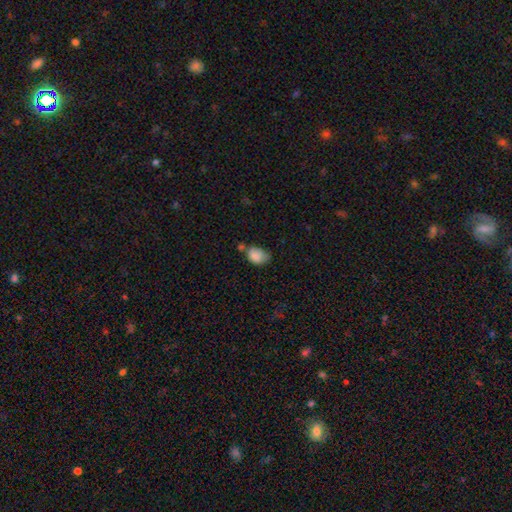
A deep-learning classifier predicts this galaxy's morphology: smooth 85%, star or artifact 8%, featured or disk 7%. Down the decision tree: how rounded — in between (78%); merging — none (43%).